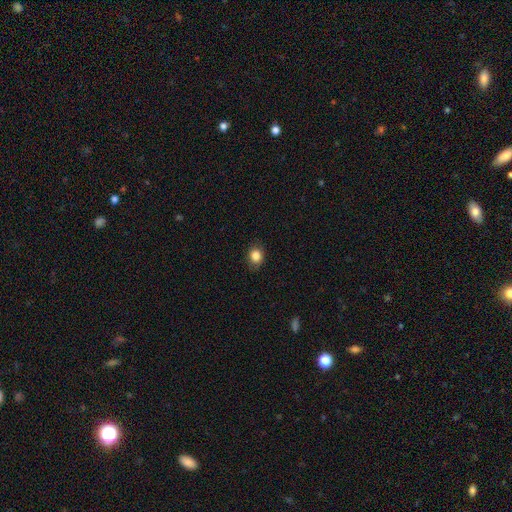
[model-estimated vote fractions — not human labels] smooth 85%, star or artifact 10%, featured or disk 6%. Down the decision tree: how rounded — round (57%); merging — none (80%).